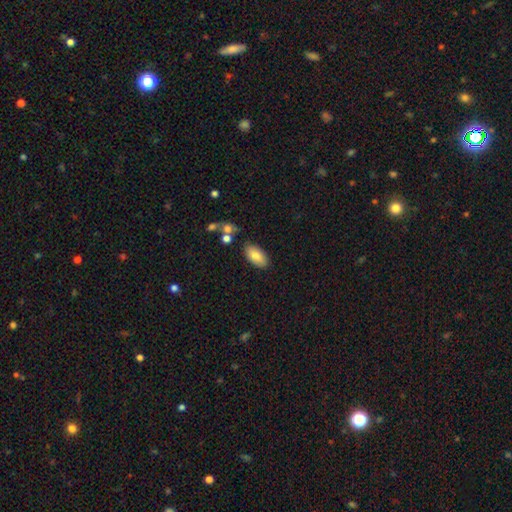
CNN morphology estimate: Smooth or featured? smooth (82%)
How rounded? in between (94%)
Merging? none (82%)